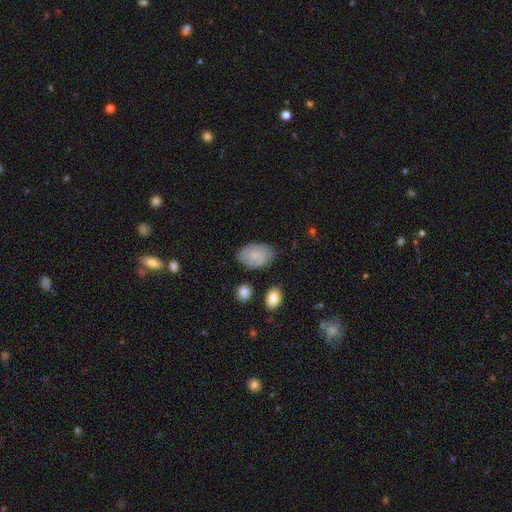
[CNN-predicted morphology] Overall: smooth (76%). How rounded: in between (89%). Merging: none (74%).